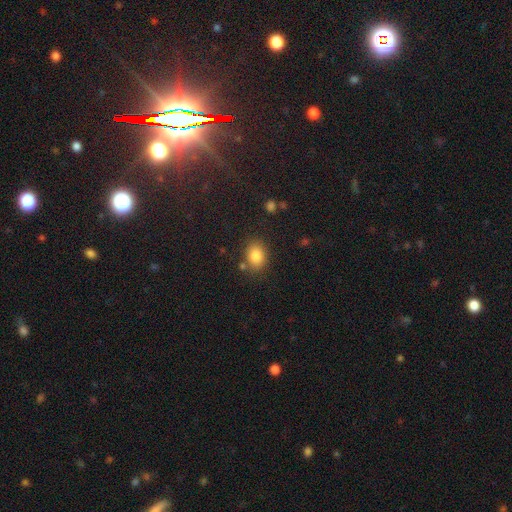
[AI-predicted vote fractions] Overall: smooth (84%). How rounded: in between (59%; round 40%). Merging: none (79%).